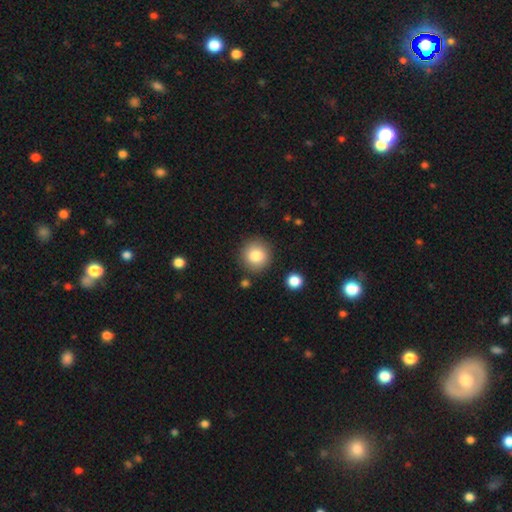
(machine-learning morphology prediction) smooth-or-featured: smooth: 83% | star or artifact: 9% | featured or disk: 8%
  how-rounded: round: 93% | in between: 6% | cigar-shaped: 1%
  merging: none: 87% | minor disturbance: 8% | merger: 3% | major disturbance: 2%